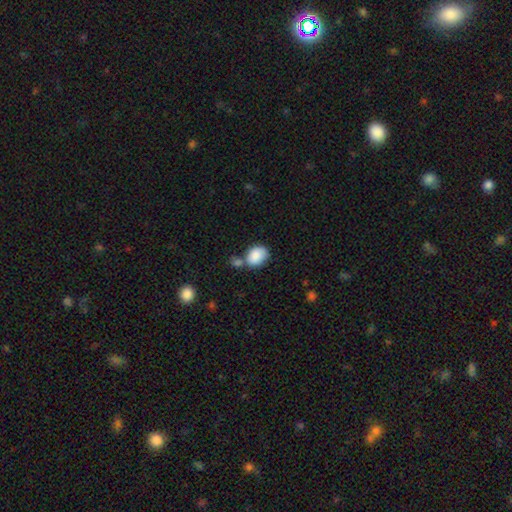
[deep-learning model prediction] A smooth galaxy with no disk features (87%) that is in between round and cigar-shaped (70%).

Vote fractions:
- Smooth or featured? smooth: 87% / star or artifact: 7% / featured or disk: 6%
- How rounded? in between: 70% / round: 29% / cigar-shaped: 1%
- Merging? none: 49% / merger: 26% / minor disturbance: 18% / major disturbance: 6%